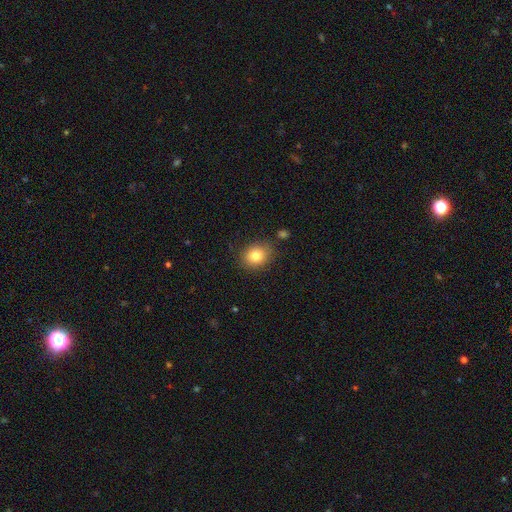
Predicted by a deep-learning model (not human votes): Smooth or featured?
  - smooth: 82% *
  - star or artifact: 10%
  - featured or disk: 8%
How rounded?
  - round: 58% *
  - in between: 41%
  - cigar-shaped: 1%
Merging?
  - none: 81% *
  - minor disturbance: 13%
  - major disturbance: 3%
  - merger: 3%